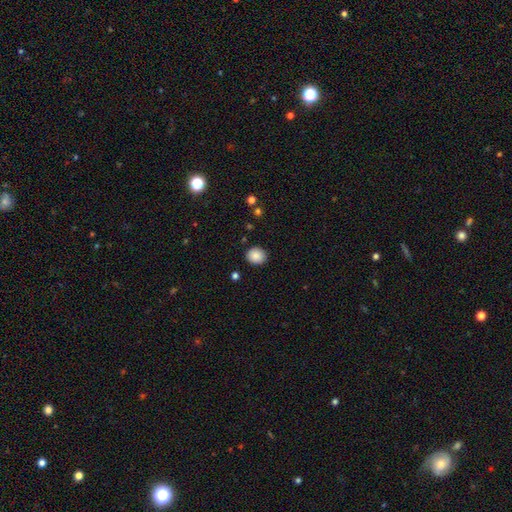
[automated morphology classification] Smooth or featured? smooth (87%)
How rounded? round (76%)
Merging? none (89%)